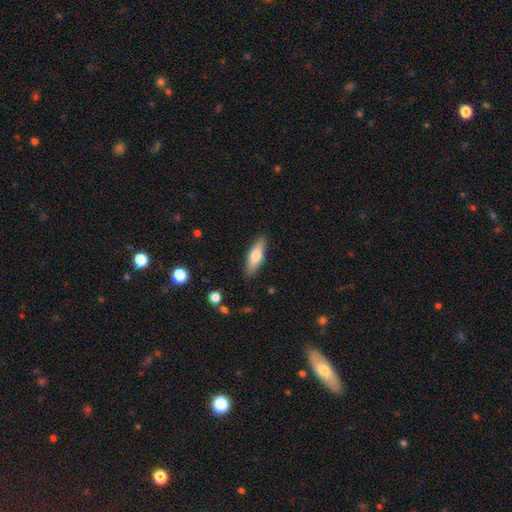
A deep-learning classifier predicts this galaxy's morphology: Smooth or featured?
  - smooth: 69% *
  - featured or disk: 25%
  - star or artifact: 6%
How rounded?
  - in between: 50% *
  - cigar-shaped: 48%
  - round: 2%
Merging?
  - none: 87% *
  - minor disturbance: 9%
  - major disturbance: 2%
  - merger: 1%